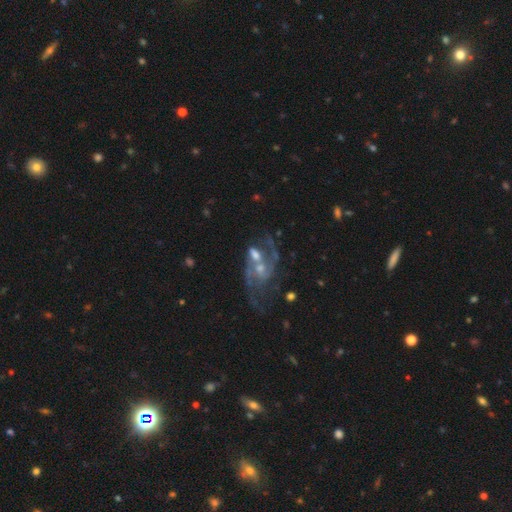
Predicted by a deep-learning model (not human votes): Smooth or featured? featured or disk (81%)
Edge-on disk? no (97%)
Bar? no (53%)
Spiral arms? yes (88%)
Spiral winding? loose (45%)
Spiral arm count? 2 (78%)
Bulge size? moderate (45%)
Merging? merger (37%)